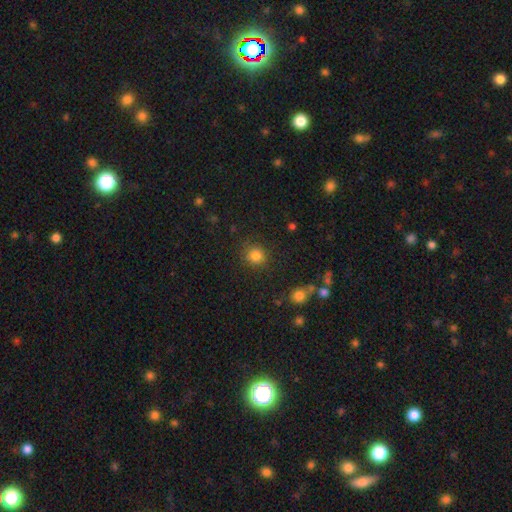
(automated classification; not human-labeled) smooth 83%, star or artifact 12%, featured or disk 5%. Down the decision tree: how rounded — round (89%); merging — none (85%).